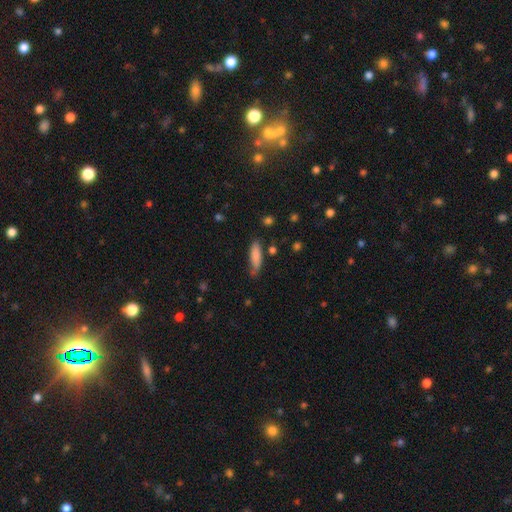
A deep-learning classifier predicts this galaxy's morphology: smooth 83%, featured or disk 10%, star or artifact 7%. Down the decision tree: how rounded — cigar-shaped (58%); merging — none (70%).